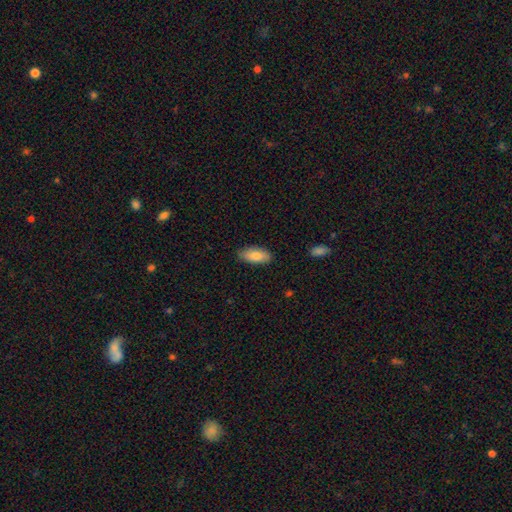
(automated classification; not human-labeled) Morphology: type=smooth (85%); roundness=in between (87%); merging=none (85%).